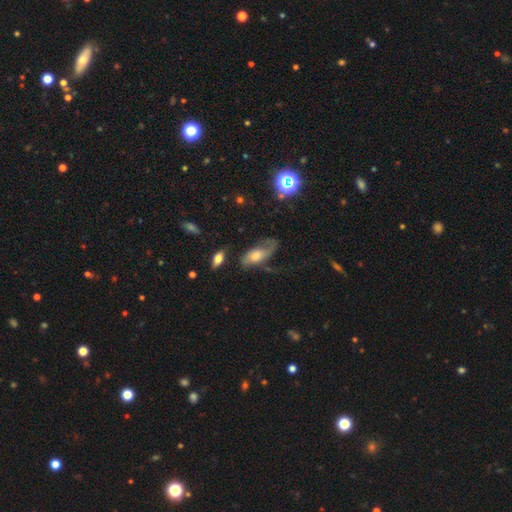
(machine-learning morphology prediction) type=featured or disk (53%); edge-on=no (85%); merging=none (42%).